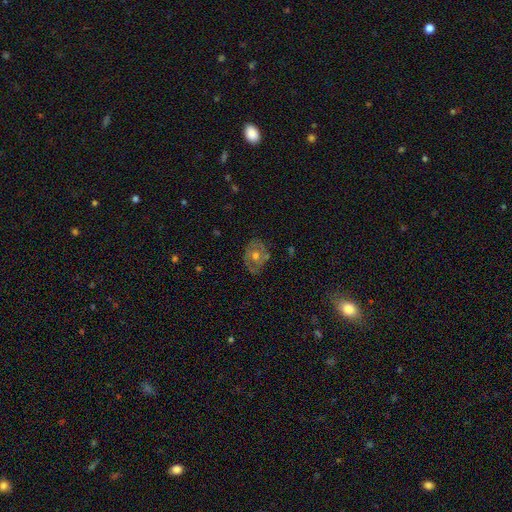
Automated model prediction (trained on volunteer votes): A featured or disk galaxy (62%) with no bar (79%), no spiral arms (54%) and a moderate central bulge (73%).

Vote fractions:
- Smooth or featured? featured or disk: 62% / smooth: 29% / star or artifact: 9%
- Edge-on disk? no: 95% / yes: 5%
- Bar? no: 79% / weak: 16% / strong: 4%
- Spiral arms? no: 54% / yes: 46%
- Bulge size? moderate: 73% / small: 20% / large: 5% / none: 1% / dominant: 1%
- Merging? none: 71% / minor disturbance: 20% / major disturbance: 7% / merger: 2%